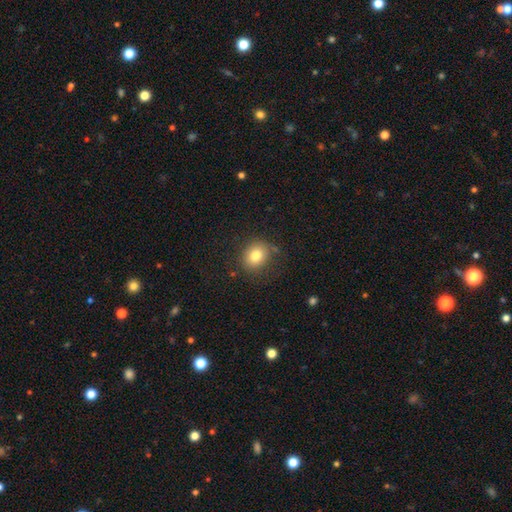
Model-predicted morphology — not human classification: smooth 80%, star or artifact 11%, featured or disk 9%. Down the decision tree: how rounded — round (64%); merging — none (78%).